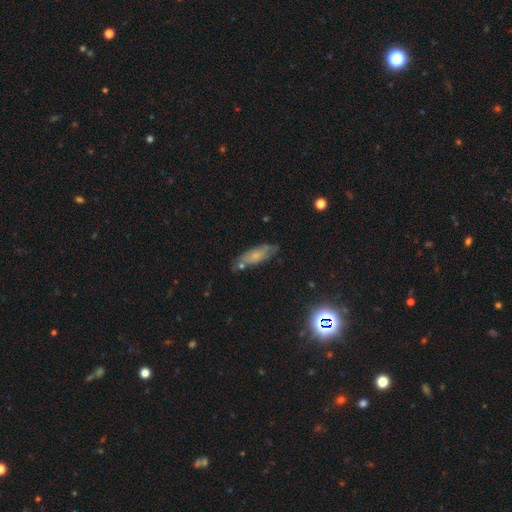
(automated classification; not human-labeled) The model was most divided on "how rounded": in between: 54%, cigar-shaped: 44%, round: 3%. More confident: merging — none (66%); smooth or featured — smooth (63%).